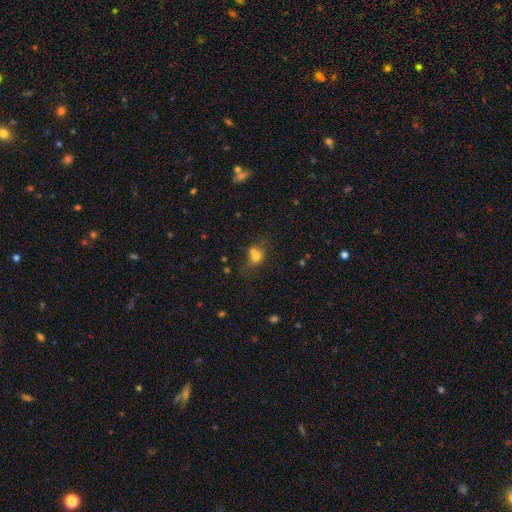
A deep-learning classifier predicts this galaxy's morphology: smooth_or_featured: smooth (p=0.70) [alt: featured or disk p=0.16]
how_rounded: round (p=0.59) [alt: in between p=0.40]
merging: merger (p=0.41) [alt: none p=0.38]